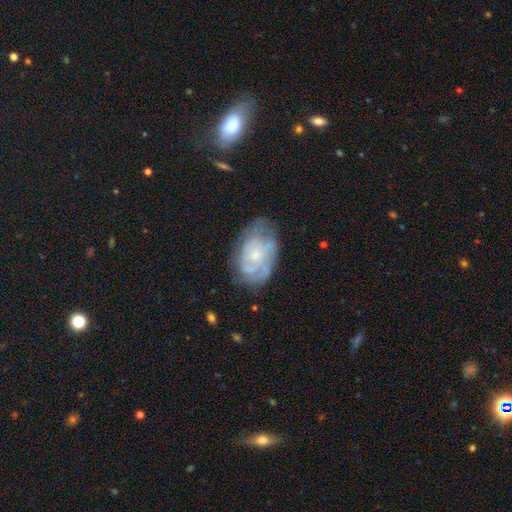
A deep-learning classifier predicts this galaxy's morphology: Q: Smooth or featured?
A: featured or disk (70%); runner-up: smooth (23%)
Q: Edge-on disk?
A: no (96%); runner-up: yes (4%)
Q: Bar?
A: no (78%); runner-up: weak (19%)
Q: Spiral arms?
A: yes (80%); runner-up: no (20%)
Q: Spiral winding?
A: tight (60%); runner-up: medium (30%)
Q: Spiral arm count?
A: can't tell (52%); runner-up: 2 (20%)
Q: Bulge size?
A: small (55%); runner-up: moderate (35%)
Q: Merging?
A: none (61%); runner-up: minor disturbance (26%)